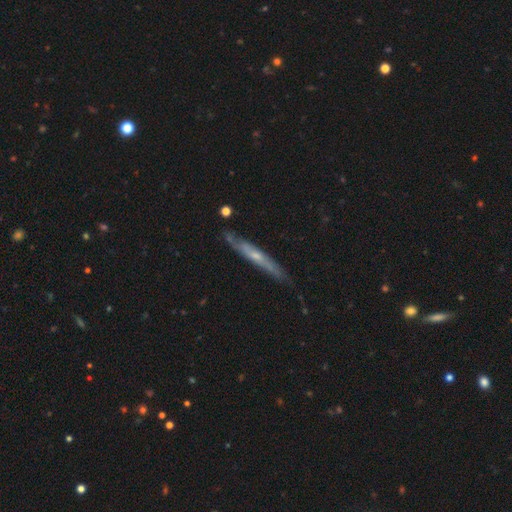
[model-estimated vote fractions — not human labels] The model was most divided on "edge-on bulge": rounded: 50%, none: 46%, boxy: 4%. More confident: edge-on disk — yes (85%); merging — none (76%); smooth or featured — featured or disk (63%).